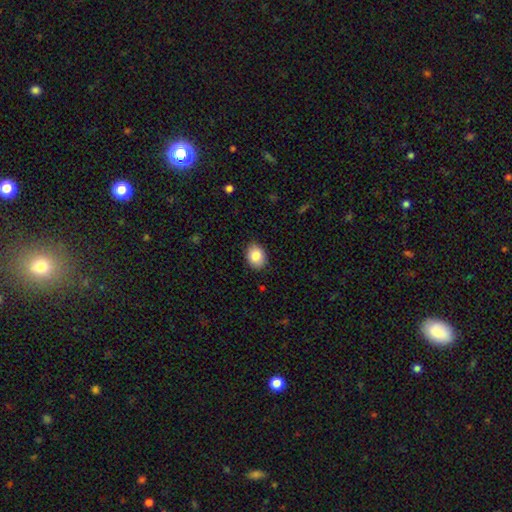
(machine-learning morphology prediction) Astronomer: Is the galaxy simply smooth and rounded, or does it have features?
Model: smooth — 85%.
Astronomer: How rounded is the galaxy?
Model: in between — 64%.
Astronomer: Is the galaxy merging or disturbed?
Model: none — 87%.